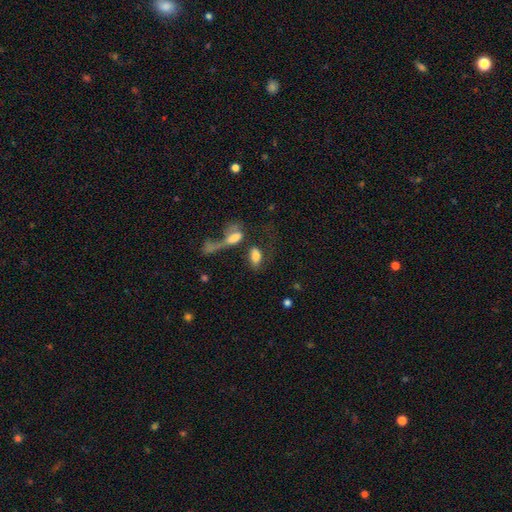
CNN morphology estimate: smooth_or_featured: smooth (p=0.74) [alt: featured or disk p=0.17]
how_rounded: in between (p=0.89) [alt: cigar-shaped p=0.06]
merging: merger (p=0.42) [alt: none p=0.28]